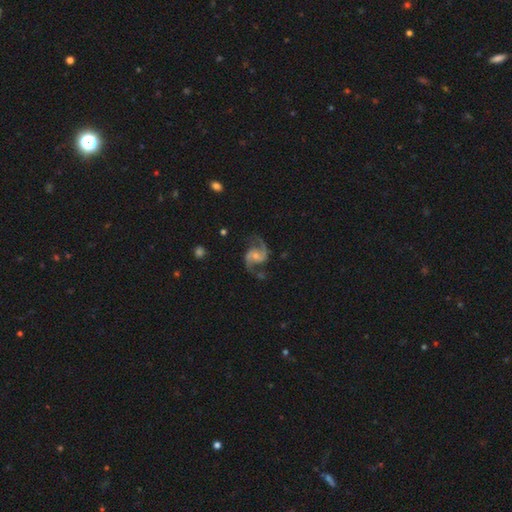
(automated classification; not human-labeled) This appears to be a featured or disk galaxy (91%) with no bar (55%), 2 (94%) medium (49%) spiral arms (98%) and a small central bulge (53%). Merging: none (76%).